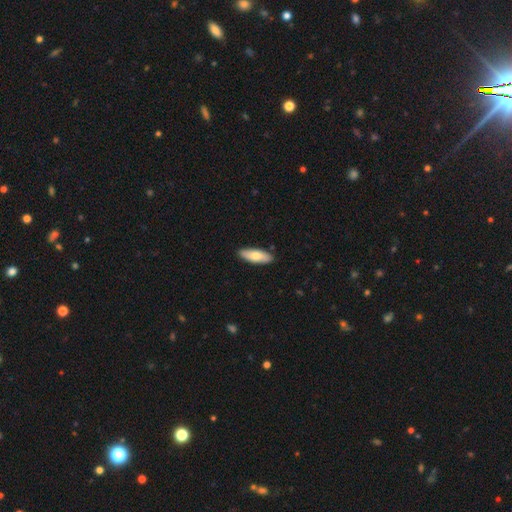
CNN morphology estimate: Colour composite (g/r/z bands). It shows a smooth galaxy with no disk features (72%) that is in between round and cigar-shaped (66%). Merging: none (89%).